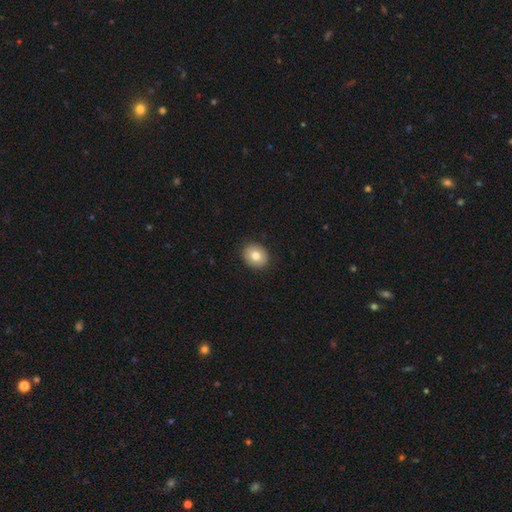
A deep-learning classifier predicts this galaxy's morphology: Smooth or featured? smooth (79%)
How rounded? round (60%)
Merging? none (90%)